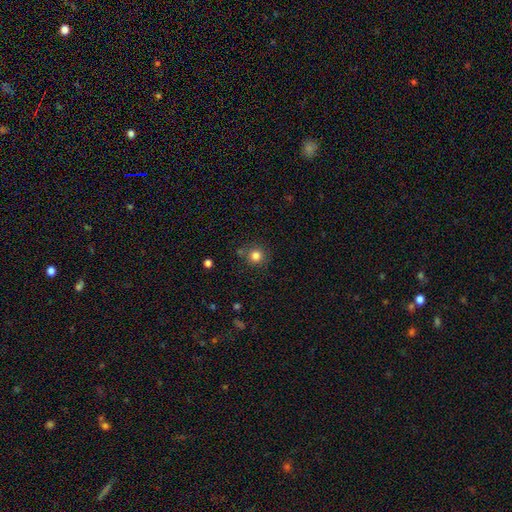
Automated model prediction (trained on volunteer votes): Smooth or featured?
  - smooth: 82% *
  - star or artifact: 12%
  - featured or disk: 6%
How rounded?
  - round: 93% *
  - in between: 6%
  - cigar-shaped: 1%
Merging?
  - none: 78% *
  - minor disturbance: 11%
  - merger: 8%
  - major disturbance: 4%